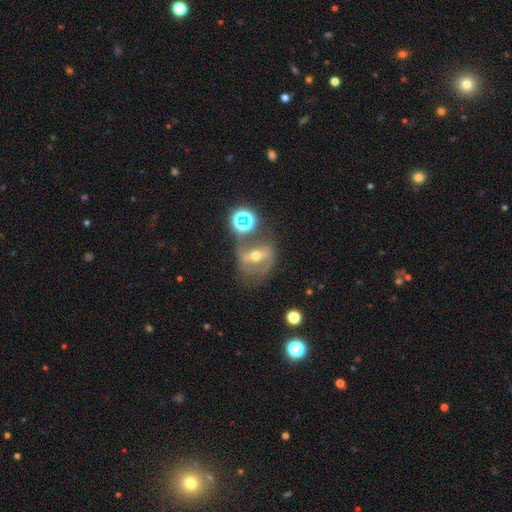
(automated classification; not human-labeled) Smooth or featured? featured or disk (66%)
Edge-on disk? no (89%)
Bar? strong (56%)
Spiral arms? yes (64%)
Bulge size? moderate (69%)
Merging? none (57%)